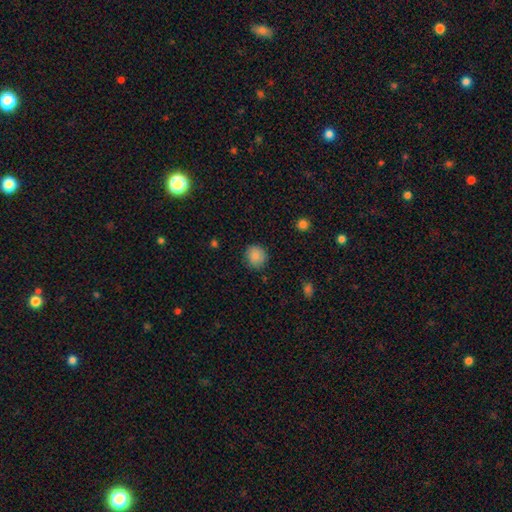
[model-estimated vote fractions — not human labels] The model was most divided on "merging": none: 87%, minor disturbance: 9%, major disturbance: 3%, merger: 1%. More confident: how rounded — round (90%); smooth or featured — smooth (87%).